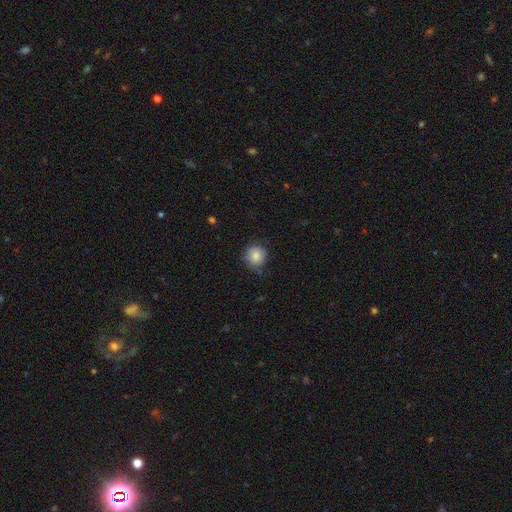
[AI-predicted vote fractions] smooth_or_featured: smooth (p=0.86) [alt: star or artifact p=0.08]
how_rounded: round (p=0.91) [alt: in between p=0.08]
merging: none (p=0.77) [alt: minor disturbance p=0.18]